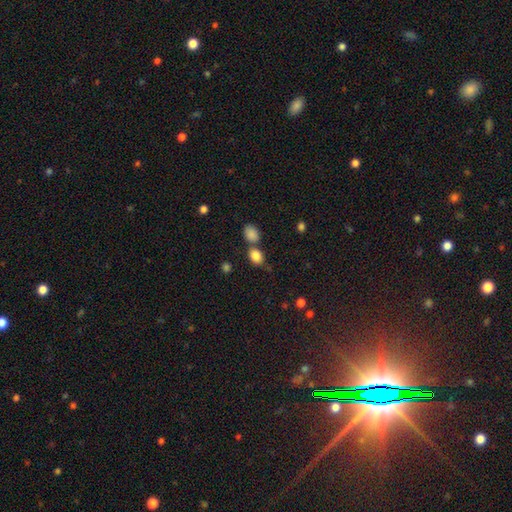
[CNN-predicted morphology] type=smooth (85%); roundness=in between (63%); merging=none (59%).